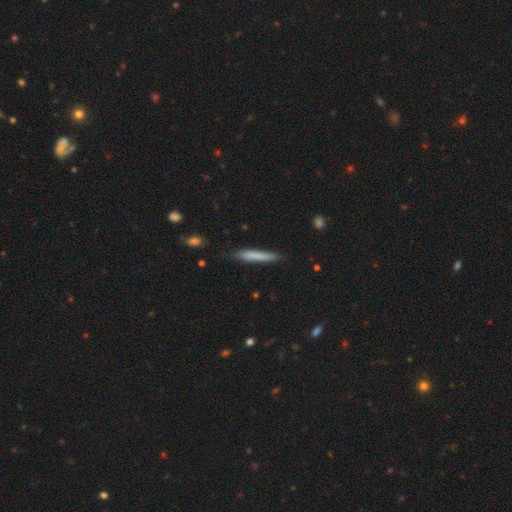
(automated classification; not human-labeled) This is likely a smooth galaxy (74%). How rounded: clearly cigar-shaped (94%). Merging: clearly none (81%).